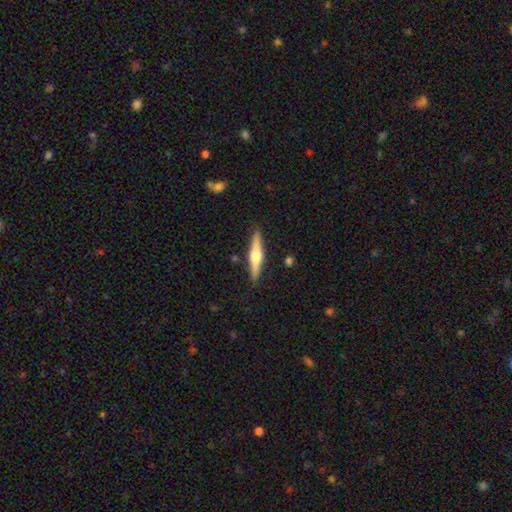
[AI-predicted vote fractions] Smooth or featured?
  - featured or disk: 65% *
  - smooth: 30%
  - star or artifact: 5%
Edge-on disk?
  - yes: 97% *
  - no: 3%
Edge-on bulge?
  - rounded: 91% *
  - boxy: 6%
  - none: 3%
Merging?
  - none: 89% *
  - minor disturbance: 8%
  - major disturbance: 2%
  - merger: 1%